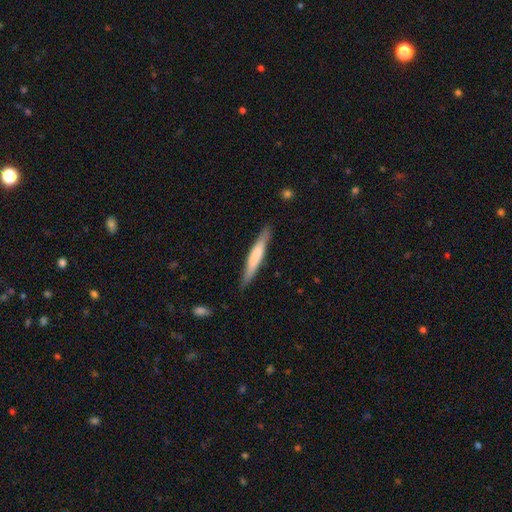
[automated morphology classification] Smooth or featured?
  - smooth: 61% *
  - featured or disk: 34%
  - star or artifact: 5%
How rounded?
  - cigar-shaped: 94% *
  - in between: 5%
  - round: 1%
Merging?
  - none: 86% *
  - minor disturbance: 11%
  - major disturbance: 2%
  - merger: 1%